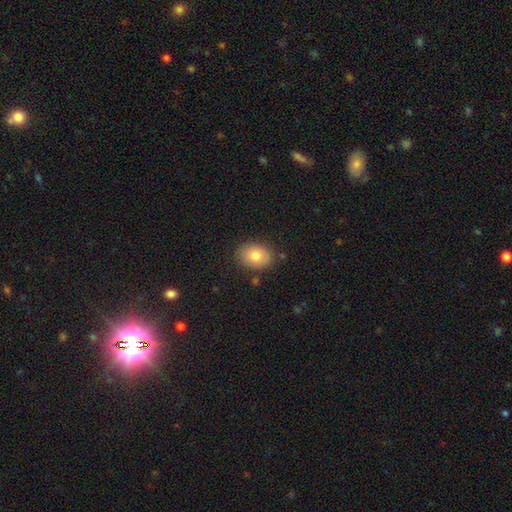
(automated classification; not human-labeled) smooth 78%, featured or disk 13%, star or artifact 8%. Down the decision tree: how rounded — in between (68%); merging — none (83%).